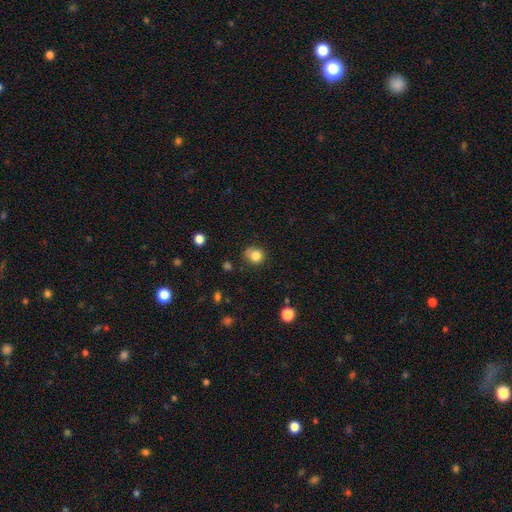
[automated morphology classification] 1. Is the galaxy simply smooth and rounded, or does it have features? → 82% smooth, 11% star or artifact, 7% featured or disk.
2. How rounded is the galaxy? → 78% round, 21% in between, 1% cigar-shaped.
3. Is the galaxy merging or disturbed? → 61% none, 26% minor disturbance, 8% major disturbance, 6% merger.